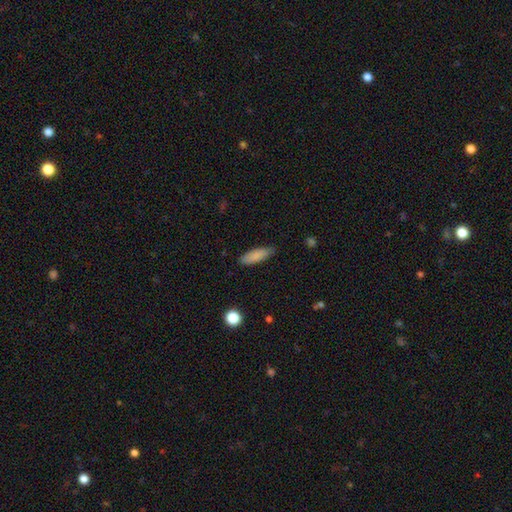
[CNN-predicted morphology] This is clearly a smooth galaxy (86%). How rounded: possibly in between (55%). Merging: clearly none (81%).